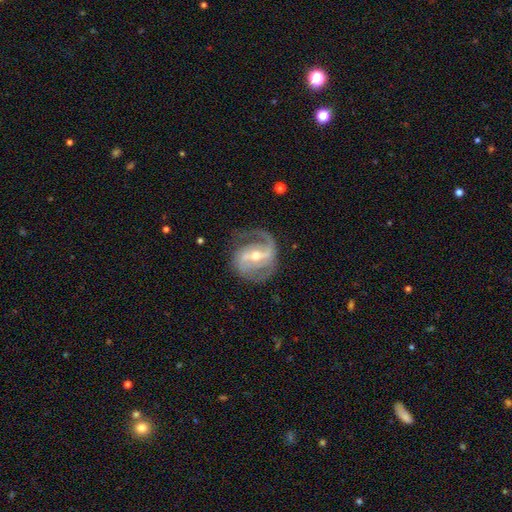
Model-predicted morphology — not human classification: featured or disk 89%, smooth 6%, star or artifact 5%. Down the decision tree: edge-on disk — no (97%); bar — strong (50%); spiral arms — yes (95%); spiral arm count — 2 (74%); spiral winding — medium (49%); bulge size — moderate (57%); merging — none (67%).